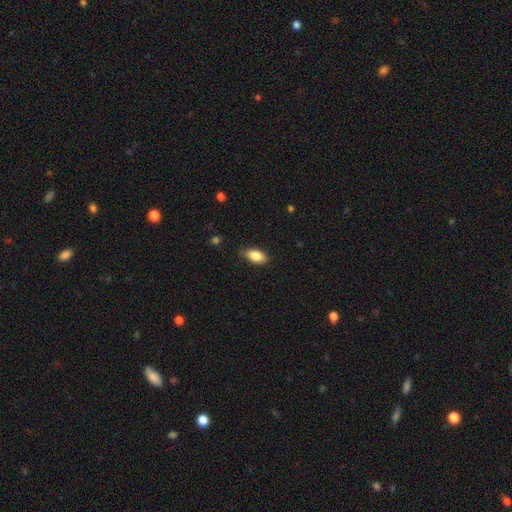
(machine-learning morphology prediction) A smooth galaxy with no disk features (85%) that is in between round and cigar-shaped (90%).

Vote fractions:
- Smooth or featured? smooth: 85% / featured or disk: 8% / star or artifact: 7%
- How rounded? in between: 90% / cigar-shaped: 6% / round: 4%
- Merging? none: 82% / minor disturbance: 14% / major disturbance: 3% / merger: 1%